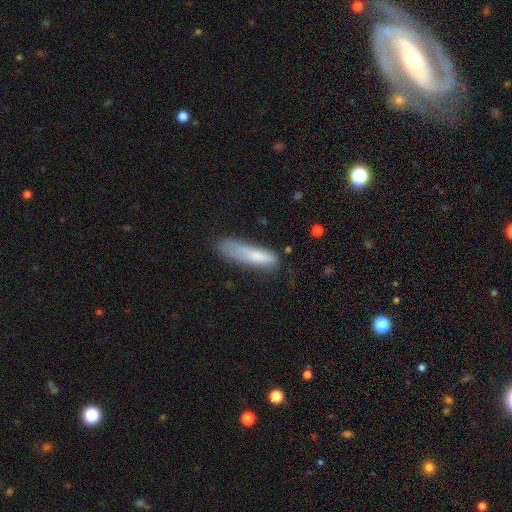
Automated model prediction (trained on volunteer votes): Smooth or featured? Predicted: smooth (p=0.64). How rounded? Predicted: cigar-shaped (p=0.72). Merging? Predicted: none (p=0.63).